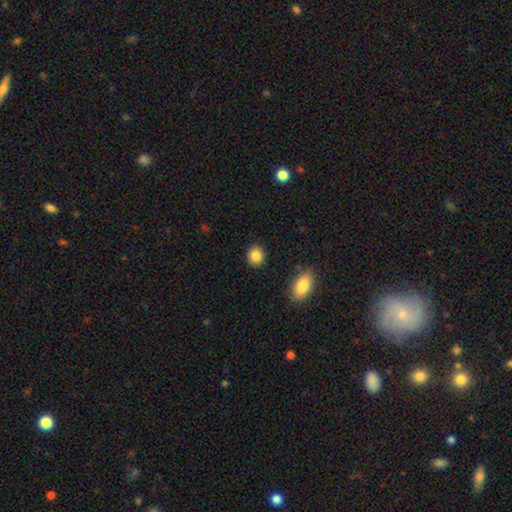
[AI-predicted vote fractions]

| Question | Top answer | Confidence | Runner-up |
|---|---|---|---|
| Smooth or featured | smooth | 86% | star or artifact (9%) |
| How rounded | round | 80% | in between (19%) |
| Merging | none | 90% | minor disturbance (6%) |